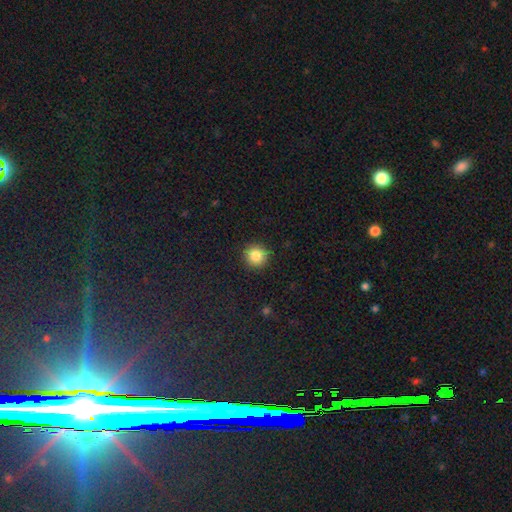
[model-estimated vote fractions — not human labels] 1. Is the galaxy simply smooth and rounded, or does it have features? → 85% smooth, 10% star or artifact, 5% featured or disk.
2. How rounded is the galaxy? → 94% round, 5% in between, 1% cigar-shaped.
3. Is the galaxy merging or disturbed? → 90% none, 7% minor disturbance, 2% major disturbance, 1% merger.